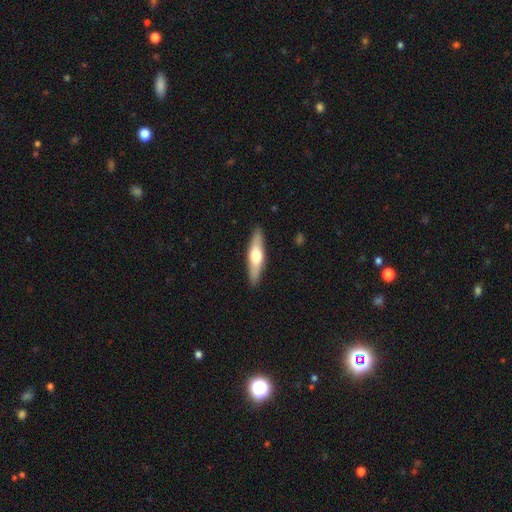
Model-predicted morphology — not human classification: The model was most divided on "smooth or featured": smooth: 49%, featured or disk: 46%, star or artifact: 5%. More confident: merging — none (89%).